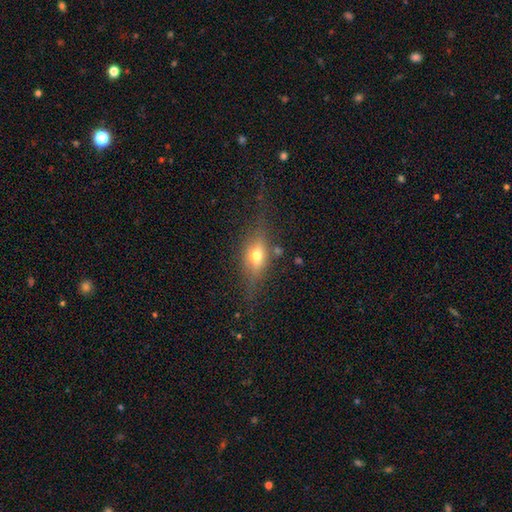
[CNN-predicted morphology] smooth-or-featured: featured or disk: 49% | smooth: 40% | star or artifact: 11%
  merging: none: 73% | minor disturbance: 16% | major disturbance: 8% | merger: 3%